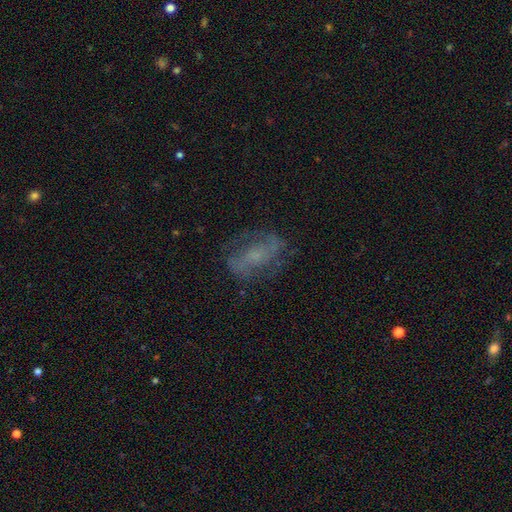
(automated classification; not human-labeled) Smooth or featured? featured or disk (56%)
Edge-on disk? no (93%)
Bar? no (50%)
Spiral arms? yes (72%)
Bulge size? small (41%)
Merging? none (69%)